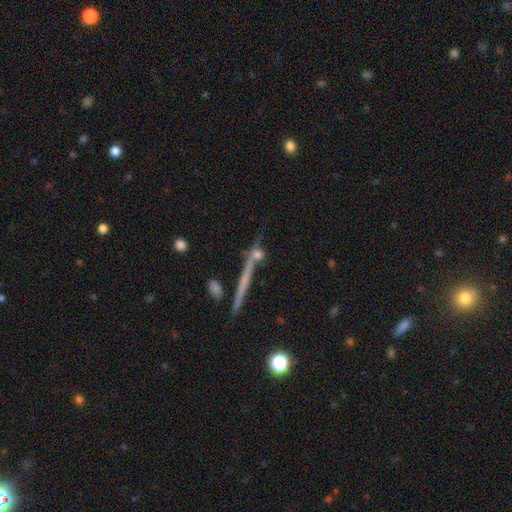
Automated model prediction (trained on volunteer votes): Smooth or featured: featured or disk — 50% (smooth — 37%)
Edge-on disk: yes — 90% (no — 10%)
Merging: none — 72% (merger — 13%)